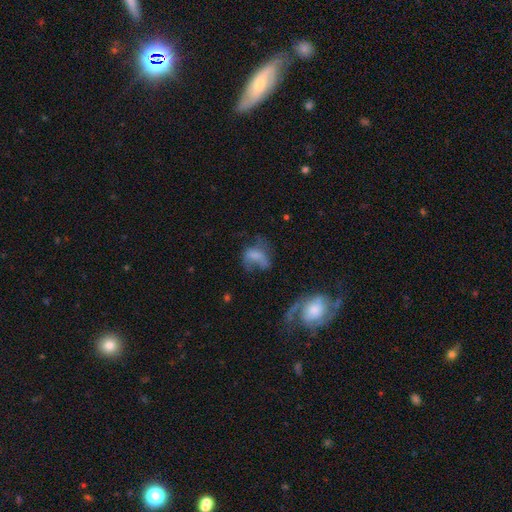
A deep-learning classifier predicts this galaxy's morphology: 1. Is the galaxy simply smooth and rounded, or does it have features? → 52% smooth, 35% featured or disk, 14% star or artifact.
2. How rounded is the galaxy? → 76% in between, 20% round, 4% cigar-shaped.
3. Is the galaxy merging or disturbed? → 46% major disturbance, 26% none, 21% minor disturbance, 7% merger.